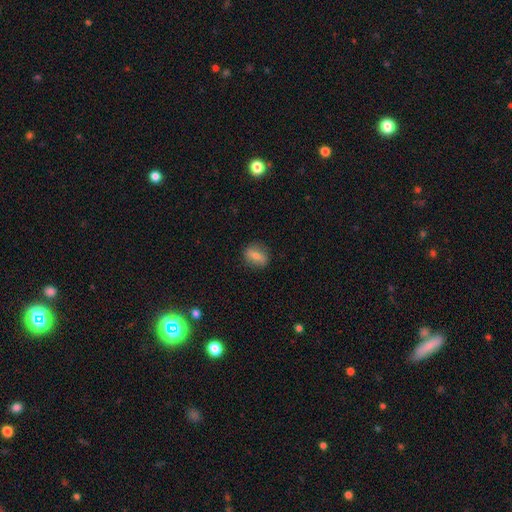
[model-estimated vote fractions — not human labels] Smooth or featured?
  - smooth: 65% *
  - featured or disk: 26%
  - star or artifact: 9%
How rounded?
  - in between: 52% *
  - round: 42%
  - cigar-shaped: 5%
Merging?
  - none: 84% *
  - minor disturbance: 12%
  - major disturbance: 3%
  - merger: 1%